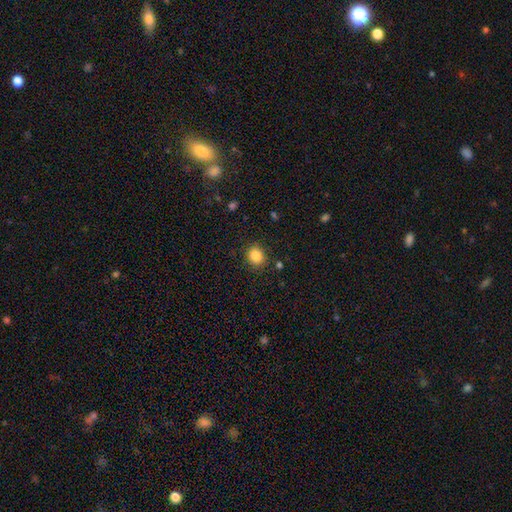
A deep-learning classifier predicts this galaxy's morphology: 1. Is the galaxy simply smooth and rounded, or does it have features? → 85% smooth, 10% star or artifact, 4% featured or disk.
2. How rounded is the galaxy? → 74% round, 25% in between, 1% cigar-shaped.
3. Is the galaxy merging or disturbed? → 86% none, 9% minor disturbance, 3% major disturbance, 2% merger.